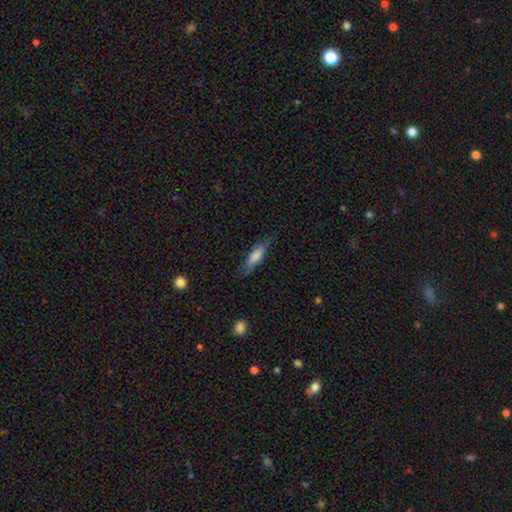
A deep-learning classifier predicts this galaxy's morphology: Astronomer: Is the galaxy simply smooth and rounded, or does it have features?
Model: smooth — 70%.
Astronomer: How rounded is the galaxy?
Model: cigar-shaped — 64%.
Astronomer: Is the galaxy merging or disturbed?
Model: none — 78%.